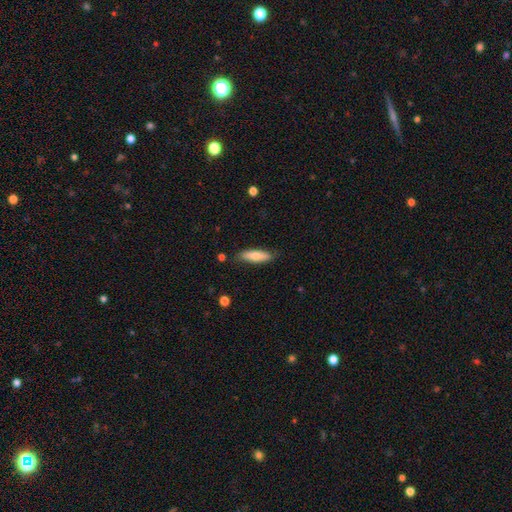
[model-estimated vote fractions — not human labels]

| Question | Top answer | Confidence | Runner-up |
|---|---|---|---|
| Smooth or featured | smooth | 75% | featured or disk (20%) |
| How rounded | cigar-shaped | 58% | in between (40%) |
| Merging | none | 82% | minor disturbance (14%) |